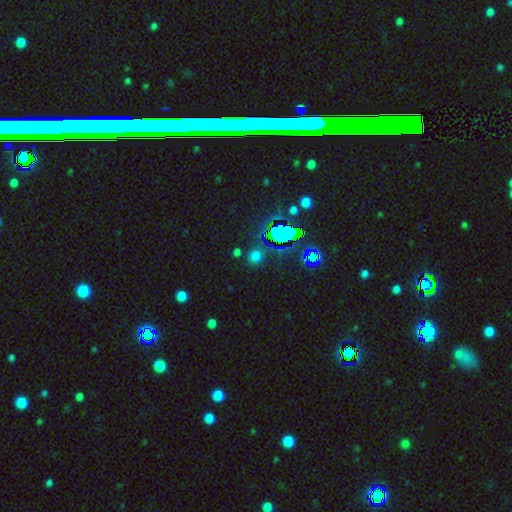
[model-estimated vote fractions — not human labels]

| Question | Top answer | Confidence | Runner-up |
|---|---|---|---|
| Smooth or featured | smooth | 53% | star or artifact (40%) |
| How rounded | round | 88% | in between (10%) |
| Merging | none | 81% | minor disturbance (9%) |